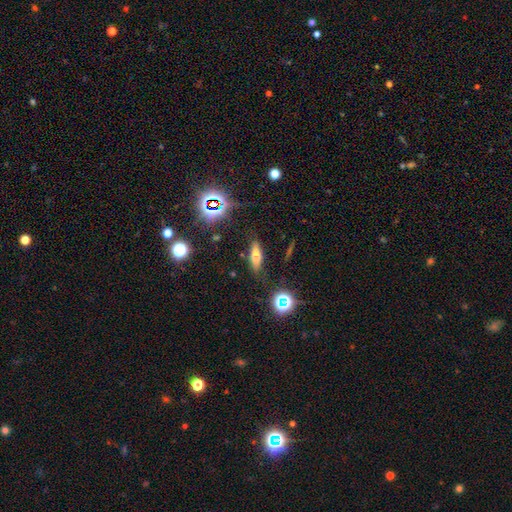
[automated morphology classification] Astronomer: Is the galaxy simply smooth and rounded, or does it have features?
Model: smooth — 61%.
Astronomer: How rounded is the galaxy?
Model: in between — 50% (runner-up: cigar-shaped, 46%).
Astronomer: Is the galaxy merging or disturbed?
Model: none — 81%.